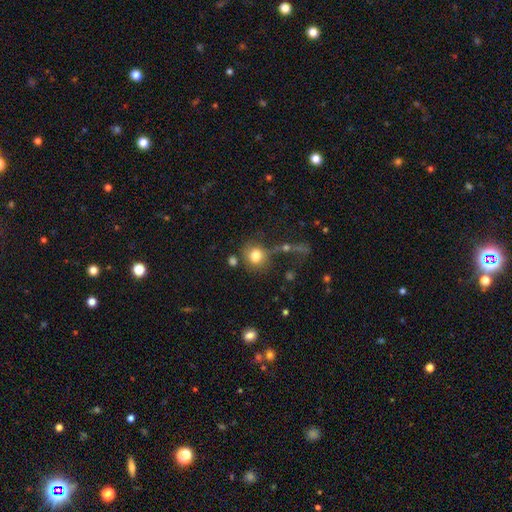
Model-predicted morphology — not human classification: Smooth or featured? smooth (79%)
How rounded? round (81%)
Merging? none (59%)